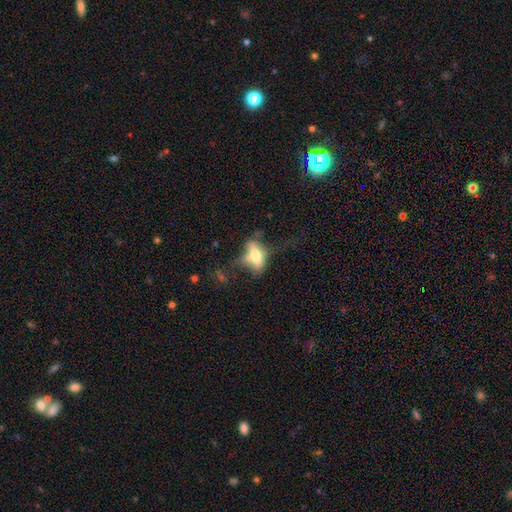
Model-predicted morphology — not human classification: A smooth galaxy with no disk features (55%) that is in between round and cigar-shaped (81%).

Vote fractions:
- Smooth or featured? smooth: 55% / featured or disk: 35% / star or artifact: 10%
- How rounded? in between: 81% / cigar-shaped: 11% / round: 8%
- Merging? none: 36% / major disturbance: 28% / minor disturbance: 24% / merger: 12%